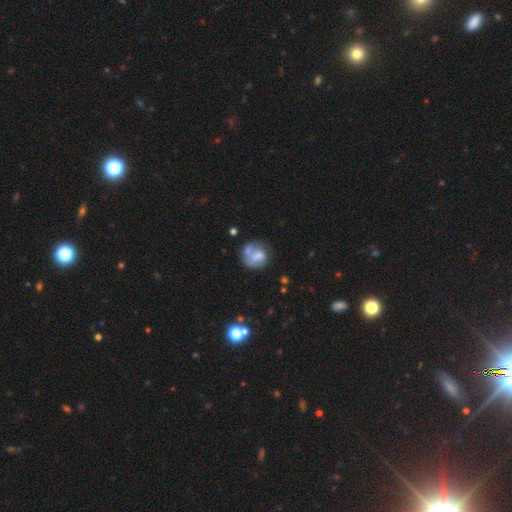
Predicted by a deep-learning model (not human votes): The model was most divided on "smooth or featured": smooth: 49%, featured or disk: 41%, star or artifact: 9%. Remaining: merging — none (43%).